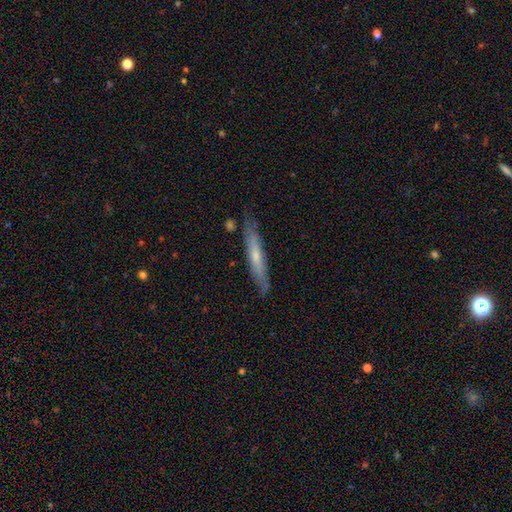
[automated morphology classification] A featured or disk galaxy (50%). Merging: none (77%).